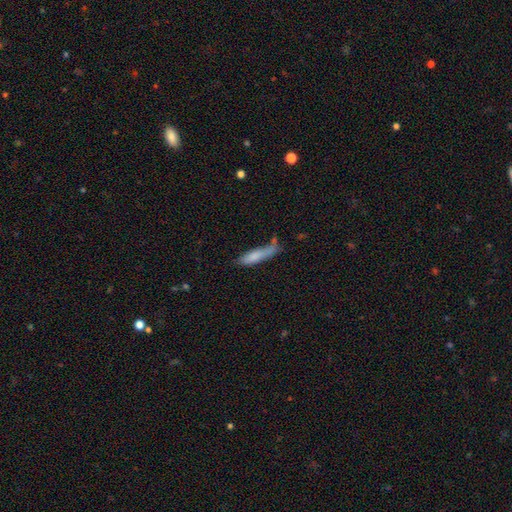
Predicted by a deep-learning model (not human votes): Smooth or featured? smooth (77%)
How rounded? cigar-shaped (81%)
Merging? none (56%)